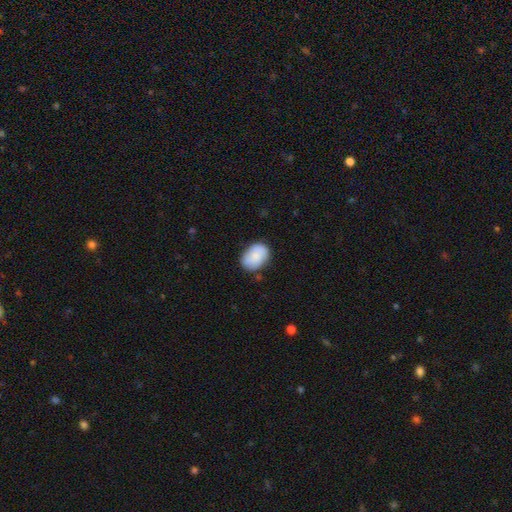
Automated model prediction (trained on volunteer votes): smooth_or_featured: smooth (p=0.81) [alt: featured or disk p=0.13]
how_rounded: in between (p=0.75) [alt: round p=0.24]
merging: none (p=0.75) [alt: minor disturbance p=0.19]